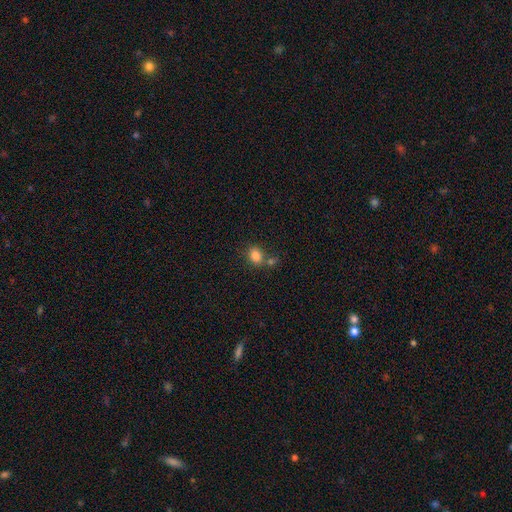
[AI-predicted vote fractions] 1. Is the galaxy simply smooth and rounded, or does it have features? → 82% smooth, 10% star or artifact, 7% featured or disk.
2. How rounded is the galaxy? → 54% in between, 45% round, 1% cigar-shaped.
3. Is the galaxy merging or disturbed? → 56% none, 27% merger, 13% minor disturbance, 4% major disturbance.